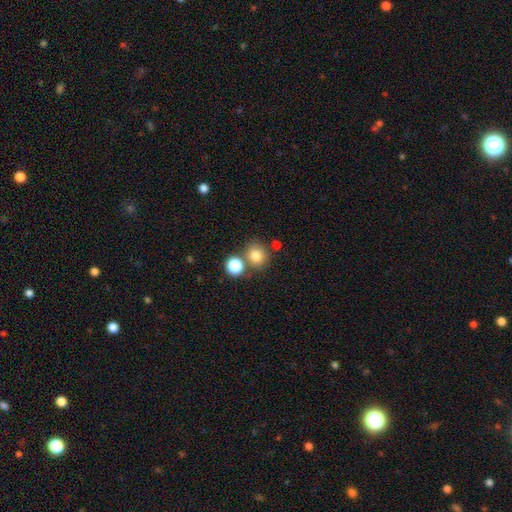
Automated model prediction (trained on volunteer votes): Smooth or featured? smooth (80%)
How rounded? round (80%)
Merging? none (68%)